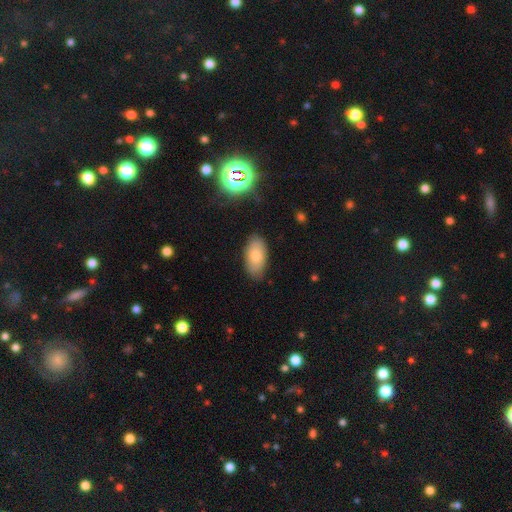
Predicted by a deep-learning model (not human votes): A smooth galaxy with no disk features (78%) that is in between round and cigar-shaped (94%).

Vote fractions:
- Smooth or featured? smooth: 78% / featured or disk: 15% / star or artifact: 8%
- How rounded? in between: 94% / round: 3% / cigar-shaped: 3%
- Merging? none: 81% / minor disturbance: 14% / major disturbance: 3% / merger: 1%